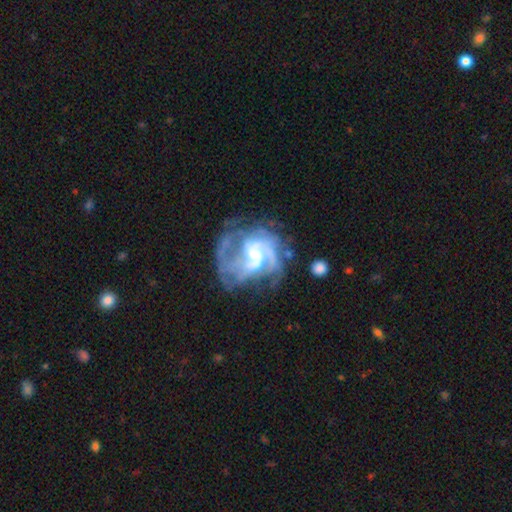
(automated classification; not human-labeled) Morphology: type=featured or disk (87%); edge-on=no (98%); bar=weak (46%); spiral arms=yes (94%); winding=medium (49%); arm count=2 (45%); bulge=moderate (44%, tied with small); merging=none (49%).